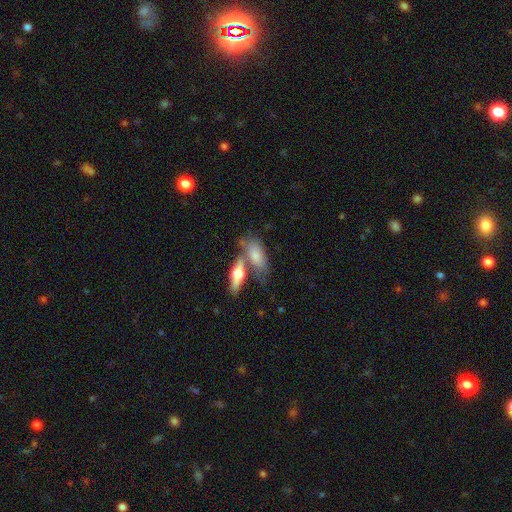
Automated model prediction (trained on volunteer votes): This appears to be a smooth galaxy with no disk features (67%) that is in between round and cigar-shaped (76%). Merging: merger (41%).